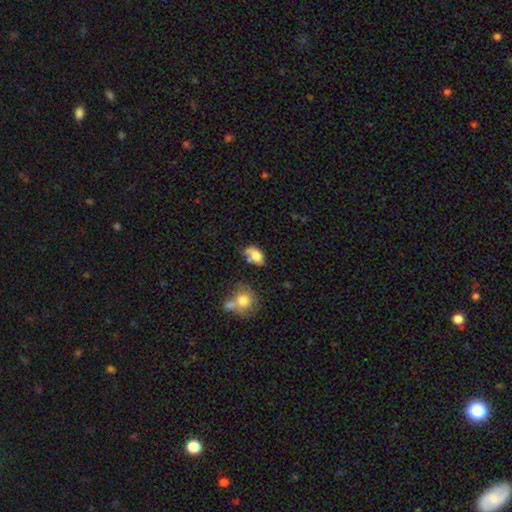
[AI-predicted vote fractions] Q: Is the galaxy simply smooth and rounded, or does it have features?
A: smooth — 75%.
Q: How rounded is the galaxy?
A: in between — 85%.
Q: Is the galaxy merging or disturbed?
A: none — 37%.